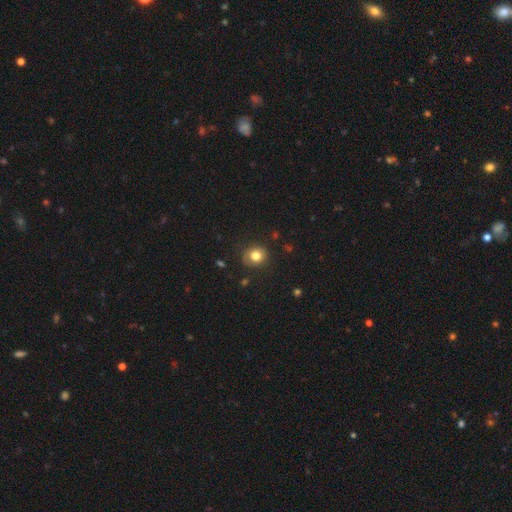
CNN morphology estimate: Overall: smooth (79%). How rounded: round (81%). Merging: none (82%).